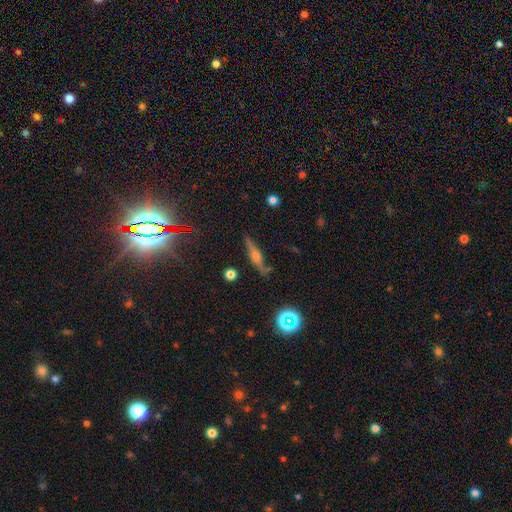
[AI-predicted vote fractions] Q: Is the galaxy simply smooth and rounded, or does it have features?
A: featured or disk — 64%.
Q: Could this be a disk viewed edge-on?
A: yes — 92%.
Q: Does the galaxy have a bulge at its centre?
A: rounded — 85%.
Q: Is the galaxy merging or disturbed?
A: none — 80%.